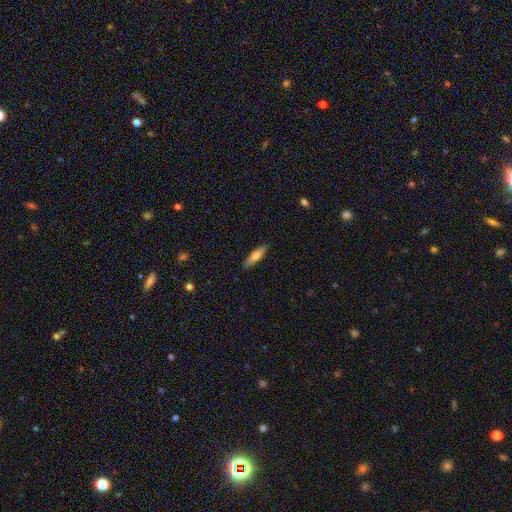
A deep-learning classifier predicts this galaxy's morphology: A smooth galaxy with no disk features (64%) that is cigar-shaped (74%). Merging: none (88%).